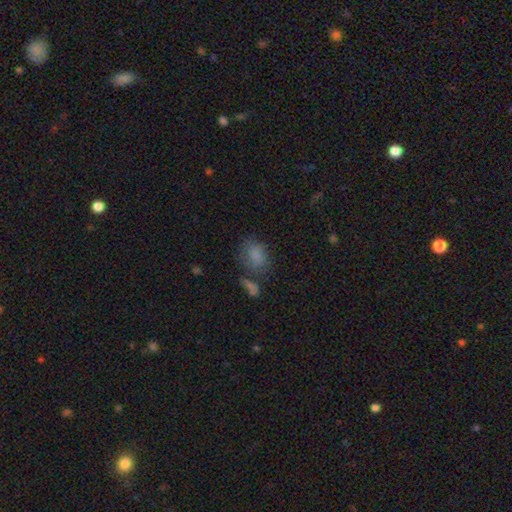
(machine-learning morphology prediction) This appears to be a smooth galaxy with no disk features (78%) that is in between round and cigar-shaped (69%). Merging: none (53%).